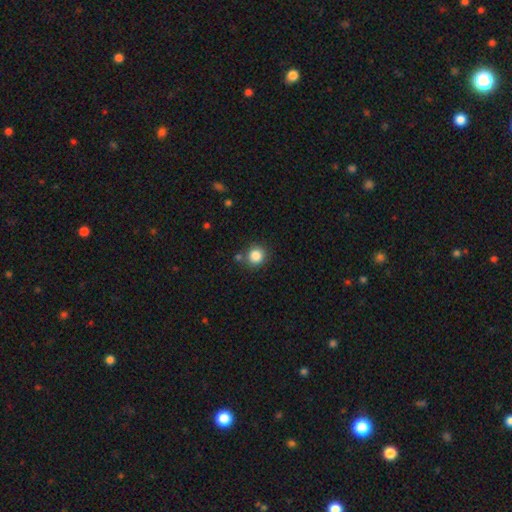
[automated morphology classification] type=smooth (84%); roundness=round (91%); merging=none (81%).